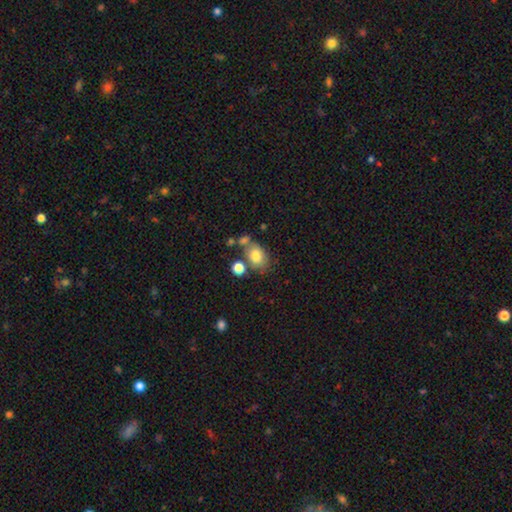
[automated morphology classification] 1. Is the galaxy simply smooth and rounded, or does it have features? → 78% smooth, 12% featured or disk, 10% star or artifact.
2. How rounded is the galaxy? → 73% in between, 25% round, 1% cigar-shaped.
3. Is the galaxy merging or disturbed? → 54% none, 21% merger, 17% minor disturbance, 7% major disturbance.